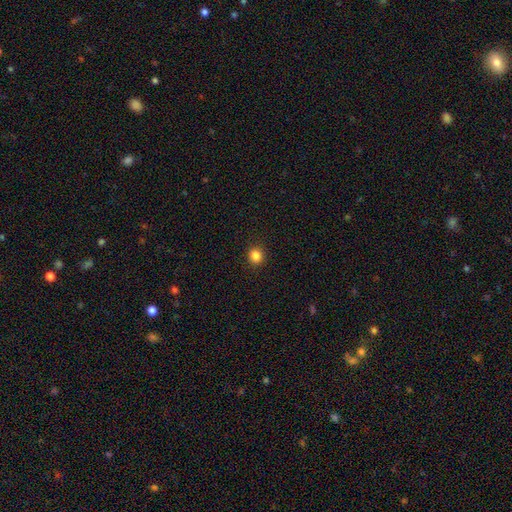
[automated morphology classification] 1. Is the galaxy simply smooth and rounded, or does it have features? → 85% smooth, 12% star or artifact, 4% featured or disk.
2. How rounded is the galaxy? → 89% round, 10% in between, 1% cigar-shaped.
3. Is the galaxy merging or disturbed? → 92% none, 5% minor disturbance, 2% major disturbance, 1% merger.